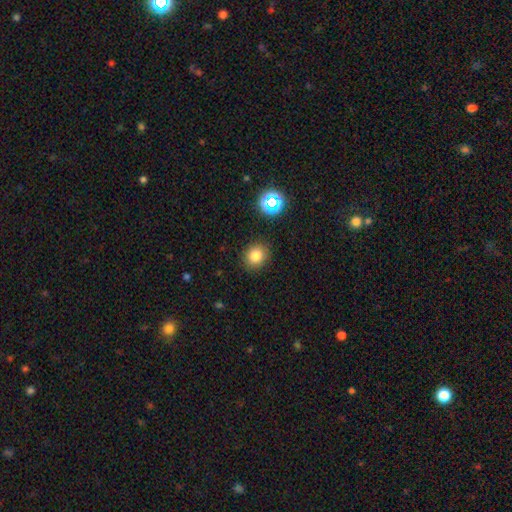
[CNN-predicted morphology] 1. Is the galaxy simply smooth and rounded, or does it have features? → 80% smooth, 14% star or artifact, 6% featured or disk.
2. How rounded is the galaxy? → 75% round, 24% in between, 1% cigar-shaped.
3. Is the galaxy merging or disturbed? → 88% none, 8% minor disturbance, 3% major disturbance, 2% merger.